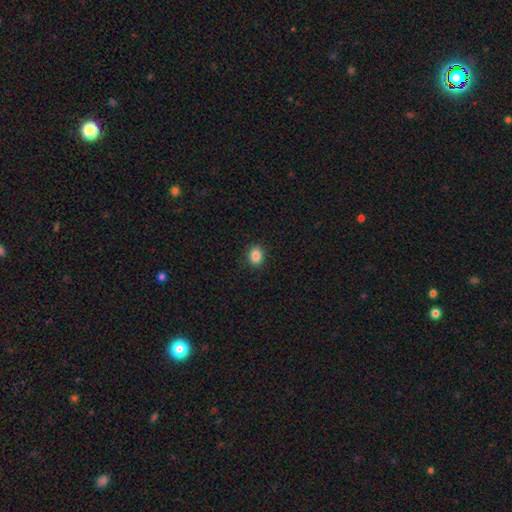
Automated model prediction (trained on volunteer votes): A smooth galaxy with no disk features (86%) that is in between round and cigar-shaped (52%).

Vote fractions:
- Smooth or featured? smooth: 86% / star or artifact: 10% / featured or disk: 4%
- How rounded? in between: 52% / round: 47% / cigar-shaped: 1%
- Merging? none: 89% / minor disturbance: 8% / major disturbance: 2% / merger: 1%